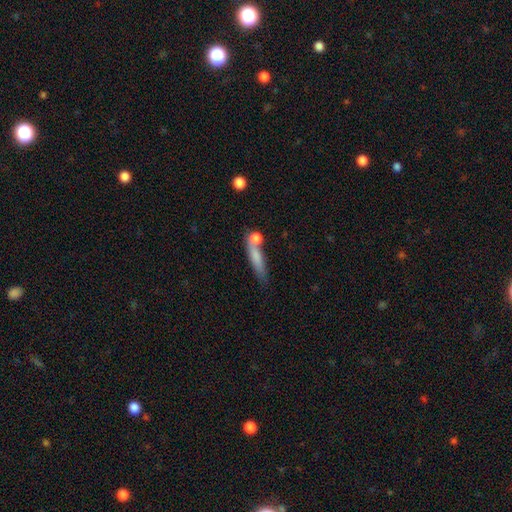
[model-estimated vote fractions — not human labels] Overall: smooth (70%). How rounded: cigar-shaped (75%). Merging: none (52%; merger 22%).